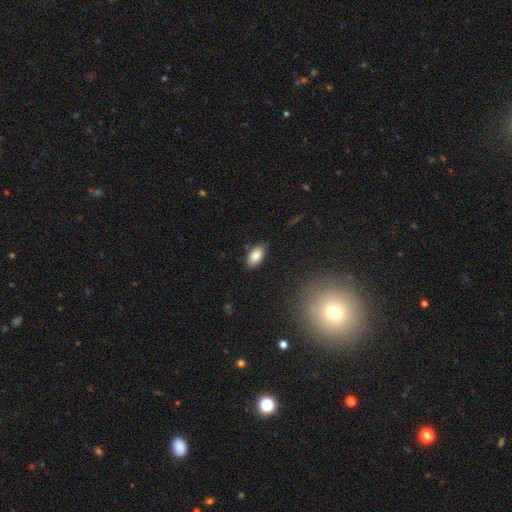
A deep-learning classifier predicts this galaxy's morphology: Smooth or featured: smooth — 85% (star or artifact — 8%)
How rounded: in between — 93% (round — 3%)
Merging: none — 81% (minor disturbance — 15%)